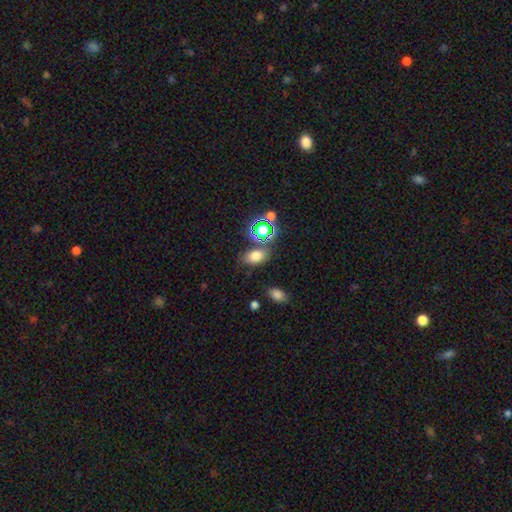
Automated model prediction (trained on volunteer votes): Q: Smooth or featured?
A: smooth (73%); runner-up: star or artifact (18%)
Q: How rounded?
A: in between (82%); runner-up: round (16%)
Q: Merging?
A: none (75%); runner-up: minor disturbance (13%)